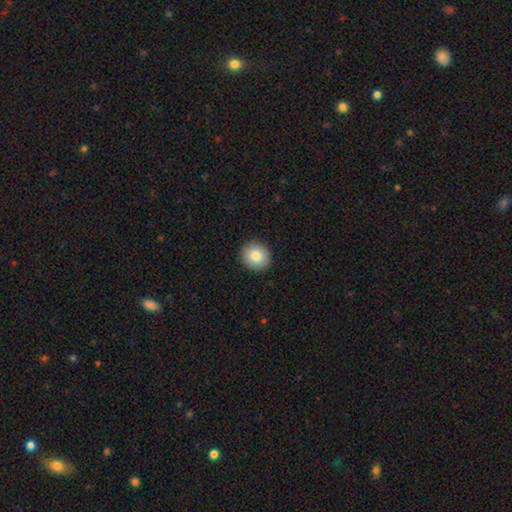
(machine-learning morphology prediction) Smooth or featured? Predicted: smooth (p=0.85). How rounded? Predicted: round (p=0.88). Merging? Predicted: none (p=0.91).